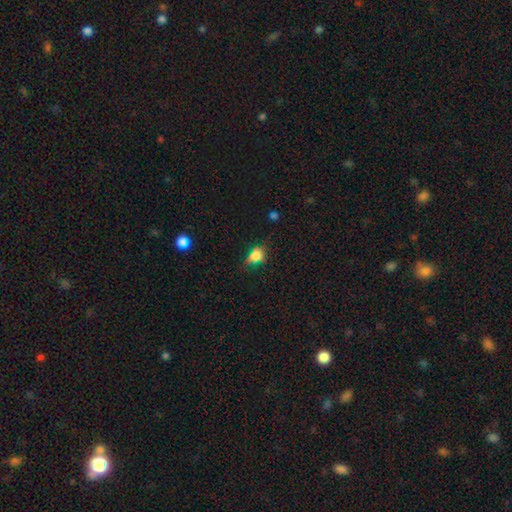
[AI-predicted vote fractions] smooth 68%, star or artifact 21%, featured or disk 10%. Down the decision tree: how rounded — in between (55%); merging — none (62%).